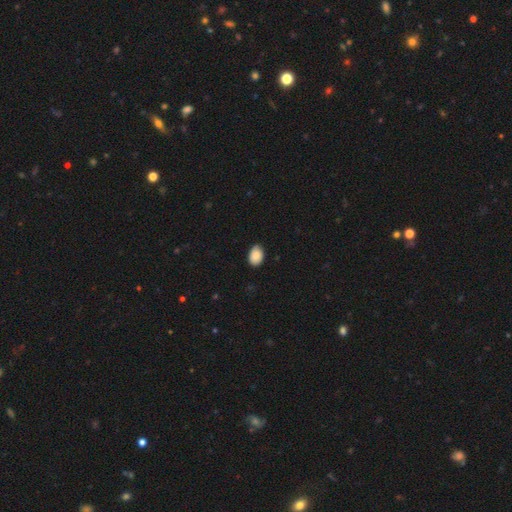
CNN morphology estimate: smooth 89%, star or artifact 7%, featured or disk 4%. Down the decision tree: how rounded — in between (85%); merging — none (78%).